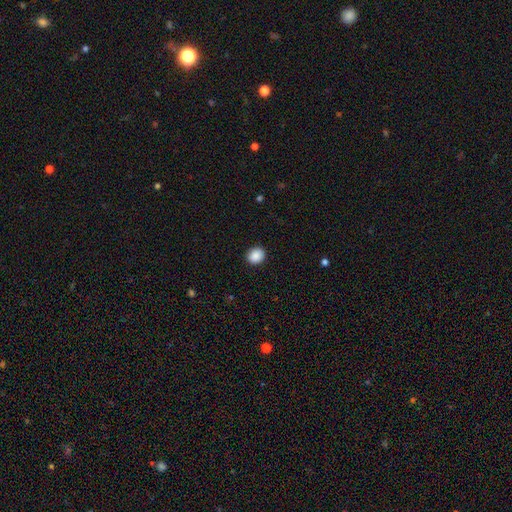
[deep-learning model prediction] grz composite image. It shows a smooth galaxy with no disk features (89%) that is round (71%). Merging: none (91%).